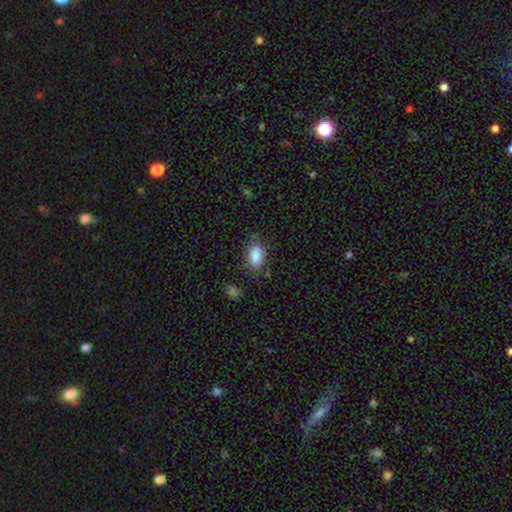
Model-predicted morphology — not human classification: Smooth or featured? Predicted: smooth (p=0.87). How rounded? Predicted: in between (p=0.92). Merging? Predicted: none (p=0.73).